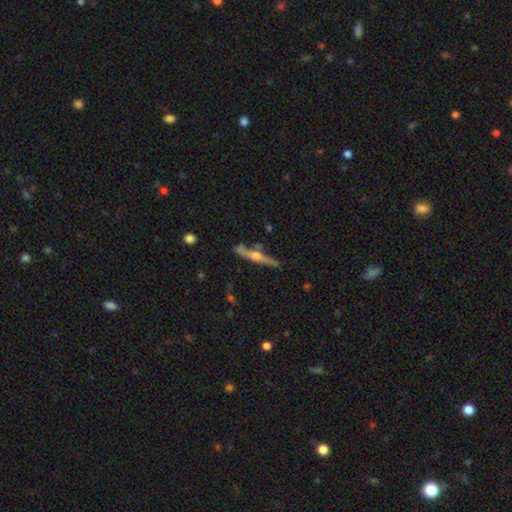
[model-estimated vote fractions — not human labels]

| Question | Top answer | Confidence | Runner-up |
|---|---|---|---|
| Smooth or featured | featured or disk | 74% | smooth (20%) |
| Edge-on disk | yes | 97% | no (3%) |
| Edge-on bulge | rounded | 90% | none (5%) |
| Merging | none | 79% | minor disturbance (13%) |